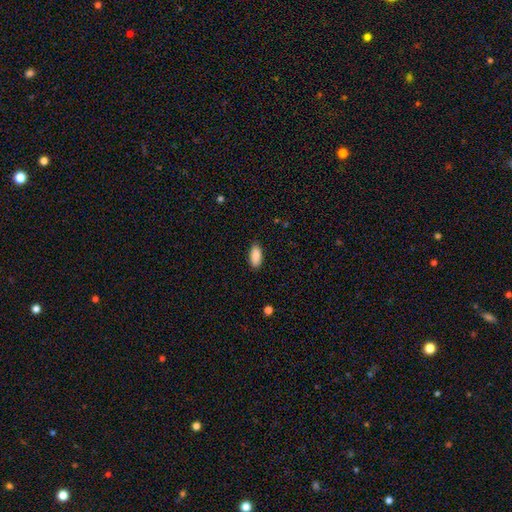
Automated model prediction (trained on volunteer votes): smooth-or-featured: smooth: 90% | star or artifact: 6% | featured or disk: 4%
  how-rounded: in between: 89% | cigar-shaped: 9% | round: 2%
  merging: none: 86% | minor disturbance: 11% | major disturbance: 2% | merger: 1%